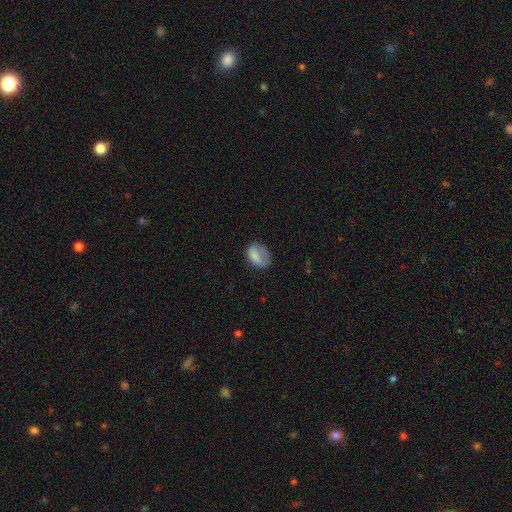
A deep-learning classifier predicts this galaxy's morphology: Smooth or featured? Predicted: smooth (p=0.78). How rounded? Predicted: in between (p=0.80). Merging? Predicted: none (p=0.50).